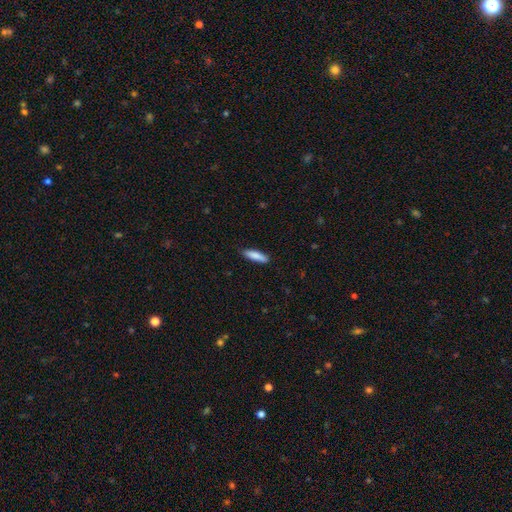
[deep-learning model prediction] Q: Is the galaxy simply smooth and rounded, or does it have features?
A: smooth — 84%.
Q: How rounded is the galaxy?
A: cigar-shaped — 72%.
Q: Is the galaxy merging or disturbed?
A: none — 85%.